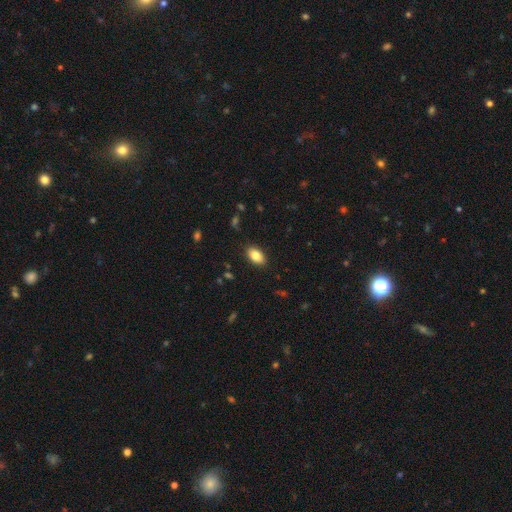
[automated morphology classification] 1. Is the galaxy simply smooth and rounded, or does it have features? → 84% smooth, 8% featured or disk, 8% star or artifact.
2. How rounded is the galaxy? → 91% in between, 7% round, 2% cigar-shaped.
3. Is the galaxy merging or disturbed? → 88% none, 9% minor disturbance, 2% major disturbance, 1% merger.